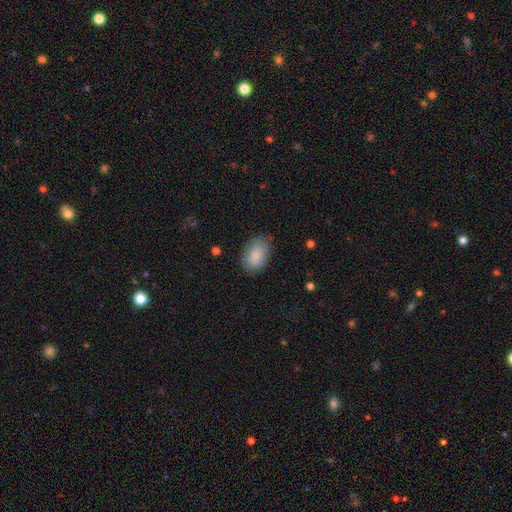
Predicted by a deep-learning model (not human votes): smooth 87%, featured or disk 7%, star or artifact 7%. Down the decision tree: how rounded — in between (89%); merging — none (74%).